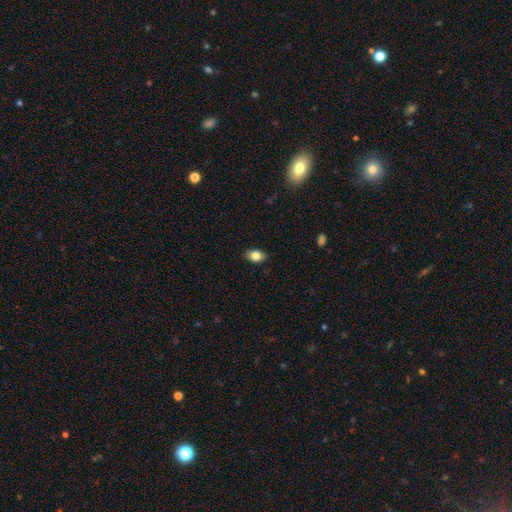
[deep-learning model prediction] smooth_or_featured: smooth (p=0.81) [alt: featured or disk p=0.10]
how_rounded: in between (p=0.86) [alt: round p=0.12]
merging: none (p=0.87) [alt: minor disturbance p=0.10]